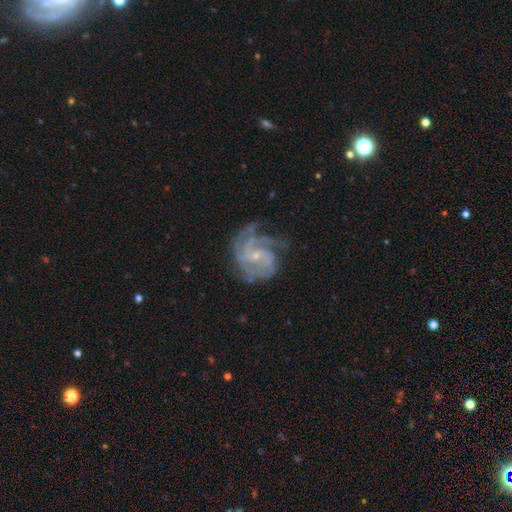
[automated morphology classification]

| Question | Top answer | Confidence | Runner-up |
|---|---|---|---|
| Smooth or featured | featured or disk | 86% | star or artifact (7%) |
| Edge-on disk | no | 98% | yes (2%) |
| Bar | no | 56% | weak (36%) |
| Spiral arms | yes | 96% | no (4%) |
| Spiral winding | tight | 47% | medium (42%) |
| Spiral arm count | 3 | 31% | can't tell (22%) |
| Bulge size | small | 78% | moderate (18%) |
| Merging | none | 57% | minor disturbance (23%) |